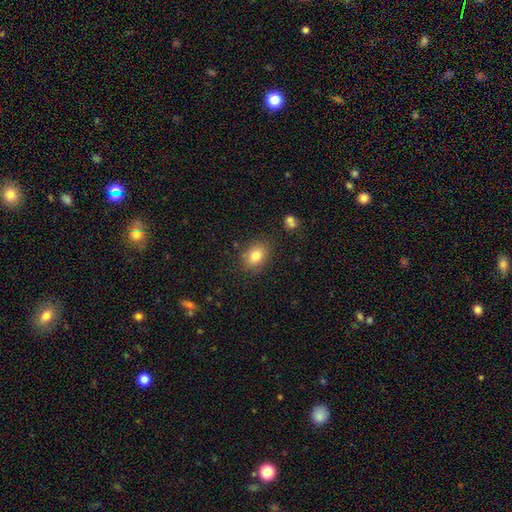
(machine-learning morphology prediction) This appears to be a smooth galaxy with no disk features (81%) that is in between round and cigar-shaped (63%). Merging: none (82%).